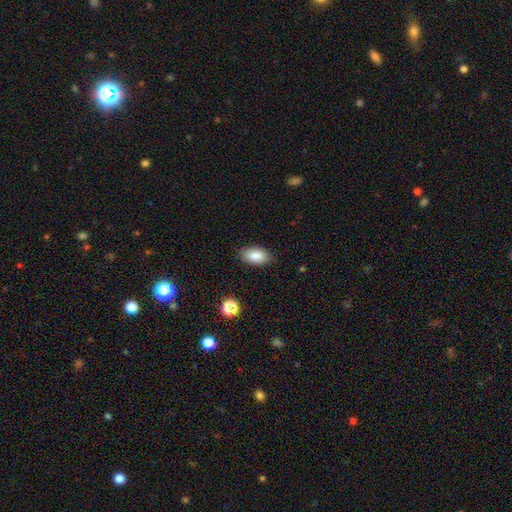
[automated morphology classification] Overall: smooth (86%). How rounded: in between (93%). Merging: none (86%).